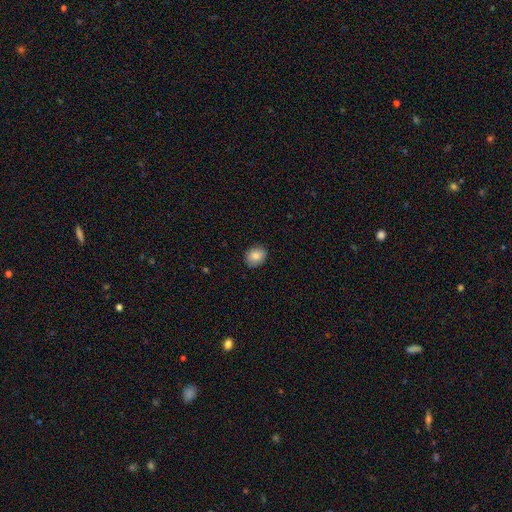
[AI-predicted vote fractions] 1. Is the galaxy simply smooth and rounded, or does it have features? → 85% smooth, 8% star or artifact, 7% featured or disk.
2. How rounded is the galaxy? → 50% round, 49% in between, 1% cigar-shaped.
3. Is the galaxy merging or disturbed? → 88% none, 9% minor disturbance, 2% major disturbance, 1% merger.